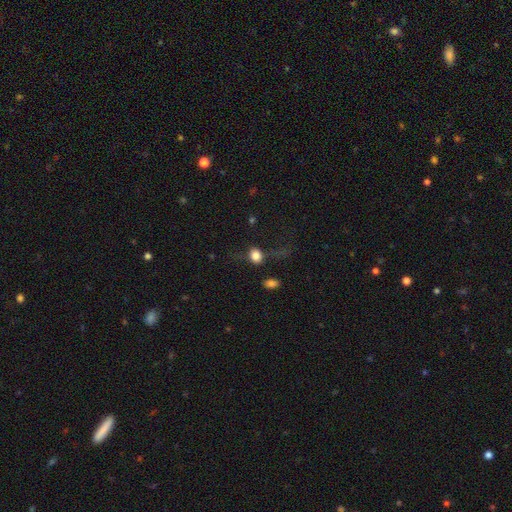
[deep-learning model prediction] Smooth or featured: smooth — 74% (featured or disk — 15%)
How rounded: in between — 51% (round — 46%)
Merging: none — 52% (major disturbance — 23%)